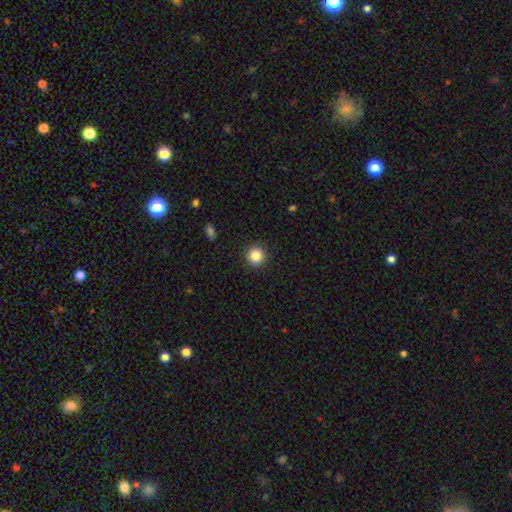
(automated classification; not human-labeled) Smooth or featured? Predicted: smooth (p=0.85). How rounded? Predicted: round (p=0.94). Merging? Predicted: none (p=0.92).